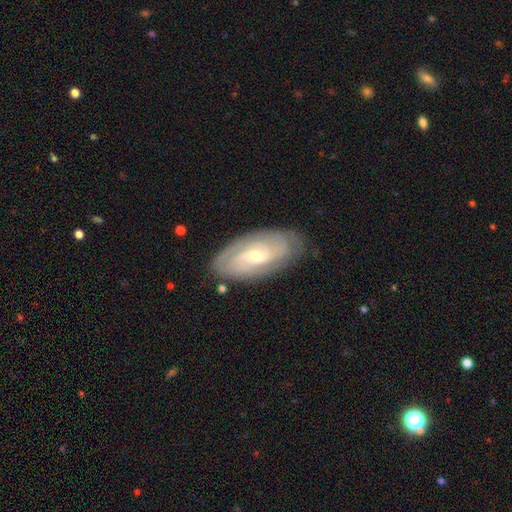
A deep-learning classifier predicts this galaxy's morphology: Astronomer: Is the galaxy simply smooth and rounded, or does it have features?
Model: featured or disk — 80%.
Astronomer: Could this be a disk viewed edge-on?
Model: no — 93%.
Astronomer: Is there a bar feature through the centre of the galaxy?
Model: weak — 45% (runner-up: no, 43%).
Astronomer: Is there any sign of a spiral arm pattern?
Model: yes — 93%.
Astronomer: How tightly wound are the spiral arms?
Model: tight — 62%.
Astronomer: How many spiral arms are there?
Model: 2 — 39% (runner-up: can't tell, 32%).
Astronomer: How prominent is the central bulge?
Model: small — 53% (runner-up: moderate, 43%).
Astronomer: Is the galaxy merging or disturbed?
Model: none — 82%.